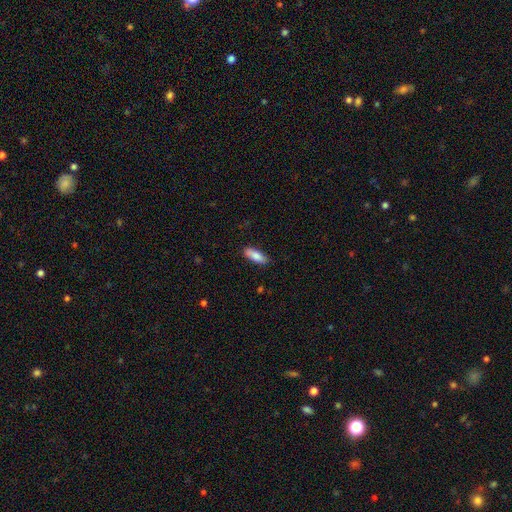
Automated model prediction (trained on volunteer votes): smooth_or_featured: smooth (p=0.84) [alt: featured or disk p=0.10]
how_rounded: in between (p=0.62) [alt: cigar-shaped p=0.36]
merging: none (p=0.84) [alt: minor disturbance p=0.12]